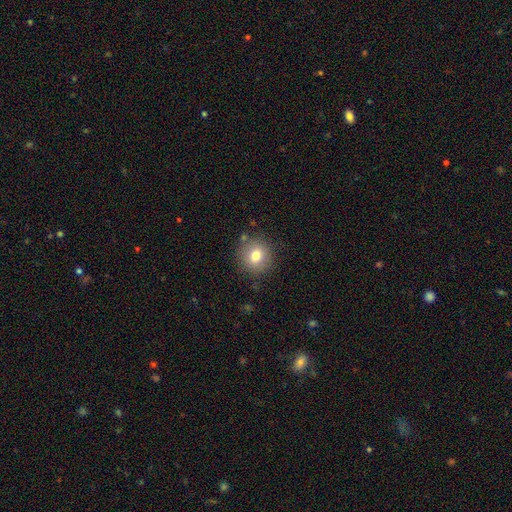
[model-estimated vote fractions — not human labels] Smooth or featured: smooth — 77% (featured or disk — 12%)
How rounded: round — 89% (in between — 11%)
Merging: none — 84% (minor disturbance — 10%)